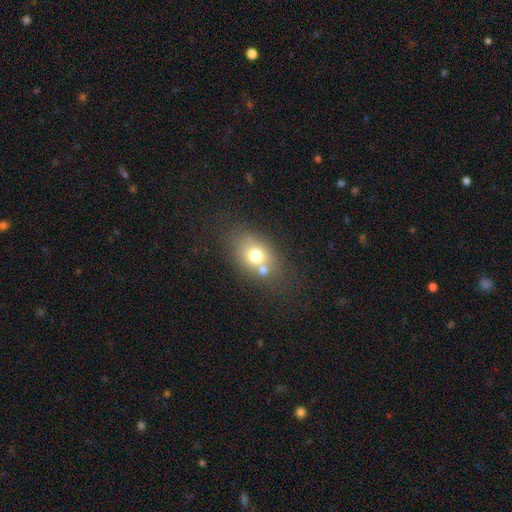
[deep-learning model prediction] The model was most divided on "merging": none: 54%, merger: 27%, minor disturbance: 13%, major disturbance: 5%. More confident: smooth or featured — smooth (70%); how rounded — in between (66%).